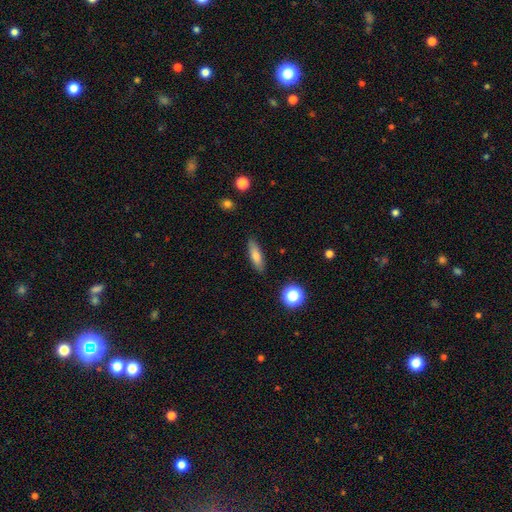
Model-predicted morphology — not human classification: smooth 73%, featured or disk 19%, star or artifact 8%. Down the decision tree: how rounded — cigar-shaped (54%); merging — none (88%).